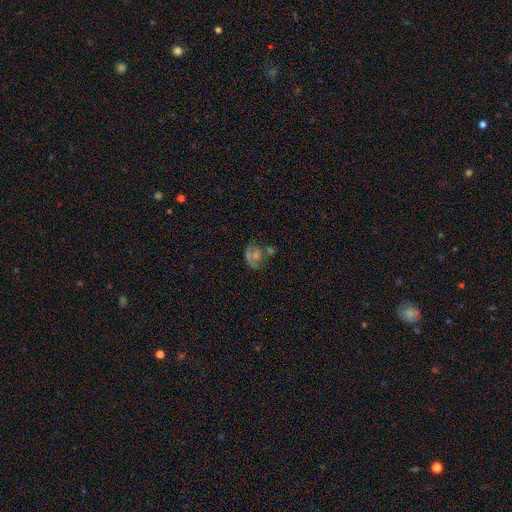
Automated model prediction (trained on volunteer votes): This is possibly a featured or disk galaxy (50%). Merging: possibly none (46%).